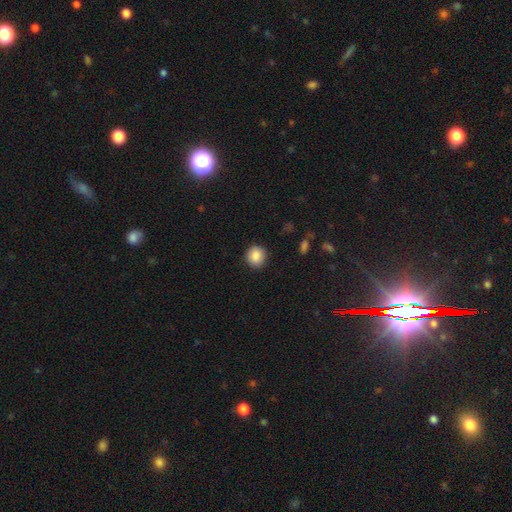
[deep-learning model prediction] Smooth or featured: smooth — 88% (star or artifact — 8%)
How rounded: round — 87% (in between — 12%)
Merging: none — 90% (minor disturbance — 7%)